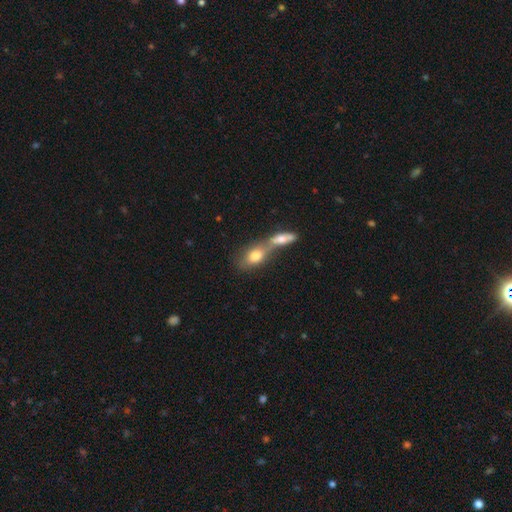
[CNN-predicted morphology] Smooth or featured? smooth (73%)
How rounded? in between (77%)
Merging? merger (66%)